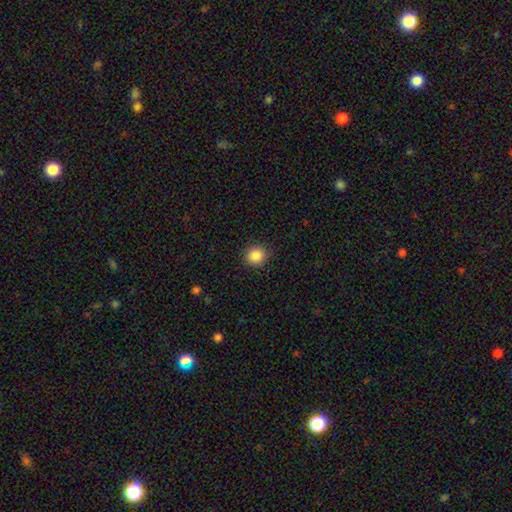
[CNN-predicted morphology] type=smooth (87%); roundness=round (90%); merging=none (89%).